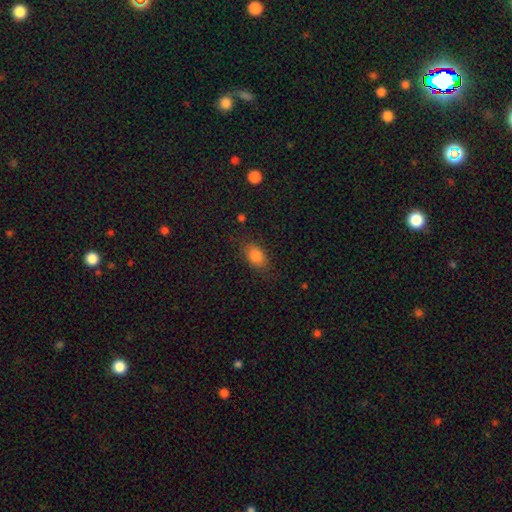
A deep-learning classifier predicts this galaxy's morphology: type=smooth (83%); roundness=in between (81%); merging=none (78%).